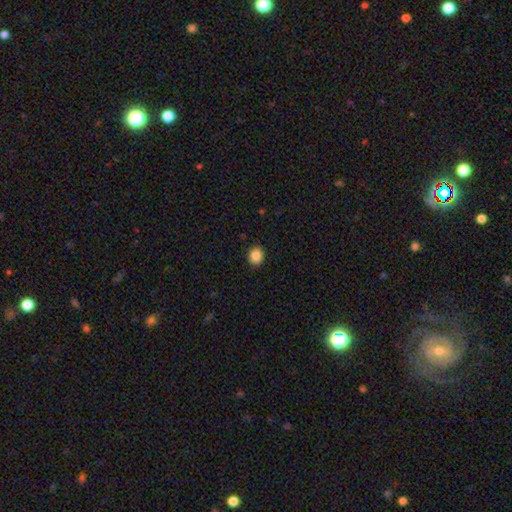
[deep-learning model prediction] A smooth galaxy with no disk features (87%) that is round (75%). Merging: none (90%).